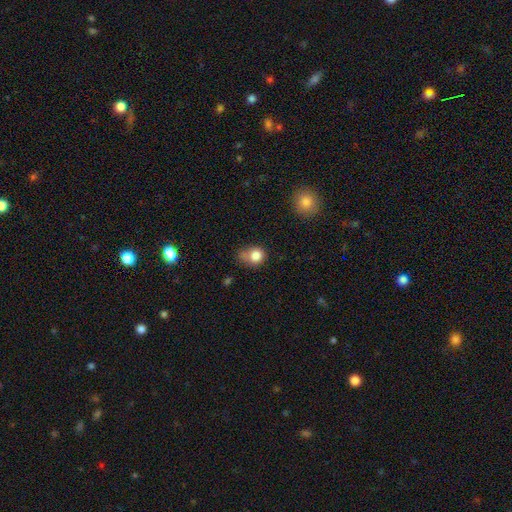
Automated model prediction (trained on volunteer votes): Smooth or featured: smooth — 81% (star or artifact — 11%)
How rounded: round — 66% (in between — 33%)
Merging: none — 41% (minor disturbance — 32%)